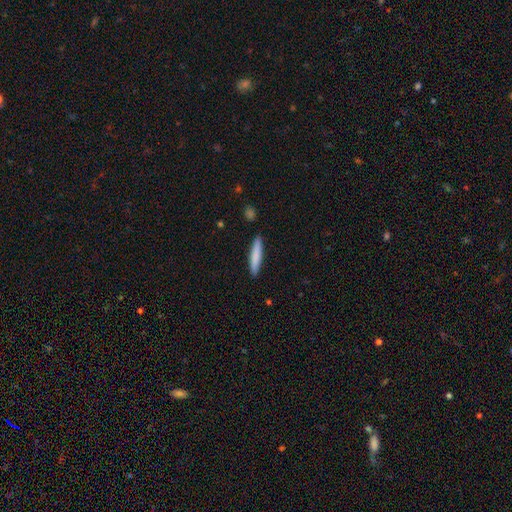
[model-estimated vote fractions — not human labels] This appears to be a smooth galaxy with no disk features (80%) that is cigar-shaped (91%). Merging: none (89%).